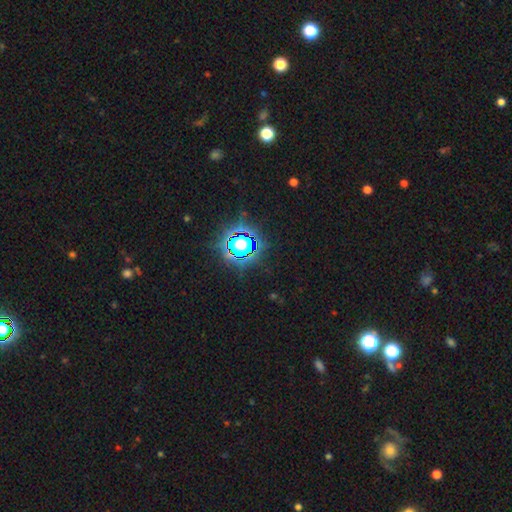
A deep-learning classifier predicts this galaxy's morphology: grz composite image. It shows a star or artifact, not a galaxy (79%).